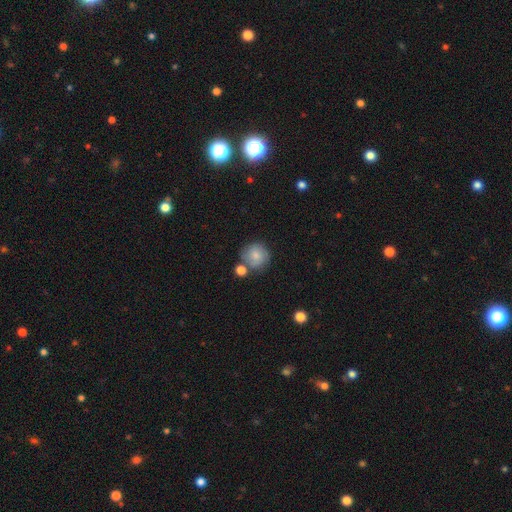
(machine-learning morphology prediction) smooth-or-featured: smooth: 79% | featured or disk: 13% | star or artifact: 8%
  how-rounded: round: 91% | in between: 8% | cigar-shaped: 1%
  merging: none: 63% | merger: 17% | minor disturbance: 15% | major disturbance: 5%